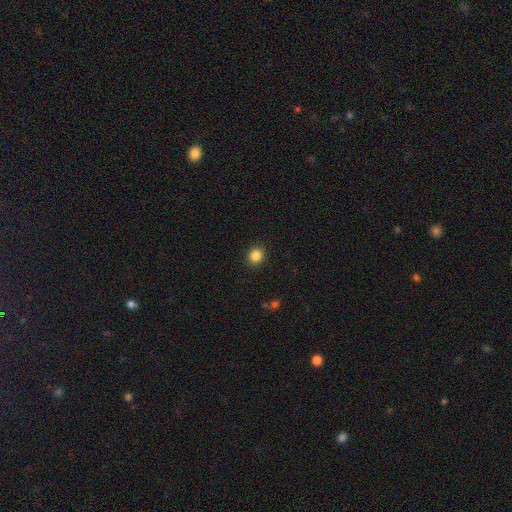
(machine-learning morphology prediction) Smooth or featured? Predicted: smooth (p=0.86). How rounded? Predicted: round (p=0.83). Merging? Predicted: none (p=0.91).